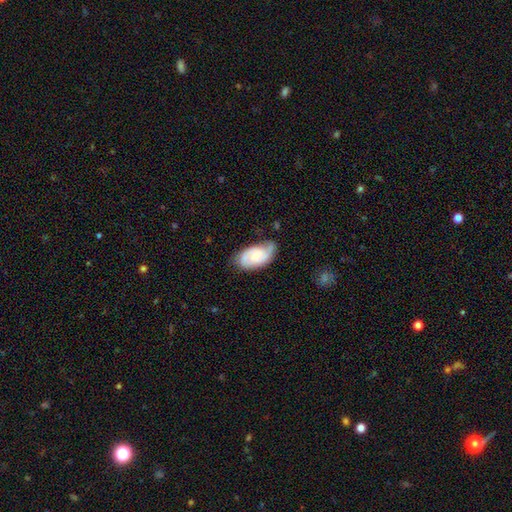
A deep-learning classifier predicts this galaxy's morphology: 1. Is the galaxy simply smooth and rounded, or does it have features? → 64% featured or disk, 30% smooth, 6% star or artifact.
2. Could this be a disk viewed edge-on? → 96% no, 4% yes.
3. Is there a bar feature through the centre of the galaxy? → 67% no, 28% weak, 5% strong.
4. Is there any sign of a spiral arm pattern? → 91% yes, 9% no.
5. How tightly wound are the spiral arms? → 44% tight, 40% medium, 16% loose.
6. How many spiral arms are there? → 68% 2, 14% can't tell, 13% 1, 3% 3, 1% 4, 1% more than 4.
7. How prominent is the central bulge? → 54% small, 36% moderate, 6% none, 3% large, 1% dominant.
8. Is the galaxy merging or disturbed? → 59% none, 29% minor disturbance, 10% major disturbance, 2% merger.